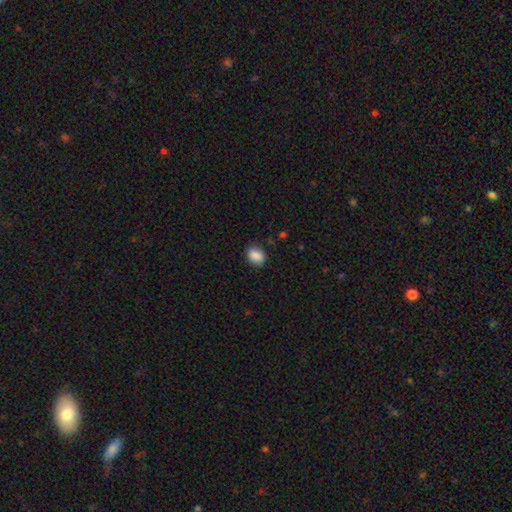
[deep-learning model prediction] smooth_or_featured: smooth (p=0.88) [alt: star or artifact p=0.08]
how_rounded: in between (p=0.59) [alt: round p=0.39]
merging: none (p=0.86) [alt: minor disturbance p=0.11]